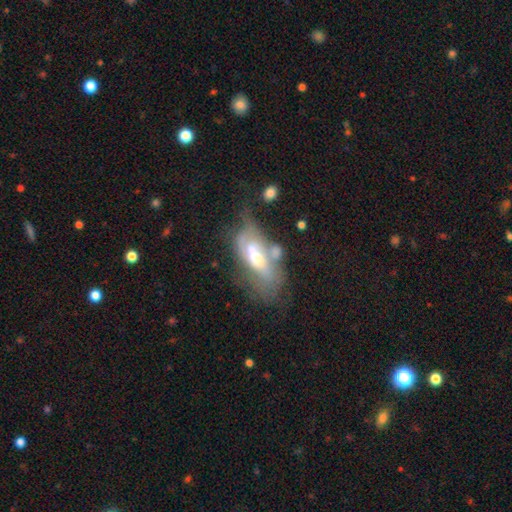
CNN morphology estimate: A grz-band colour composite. It shows a featured or disk galaxy (58%). Merging: merger (39%).